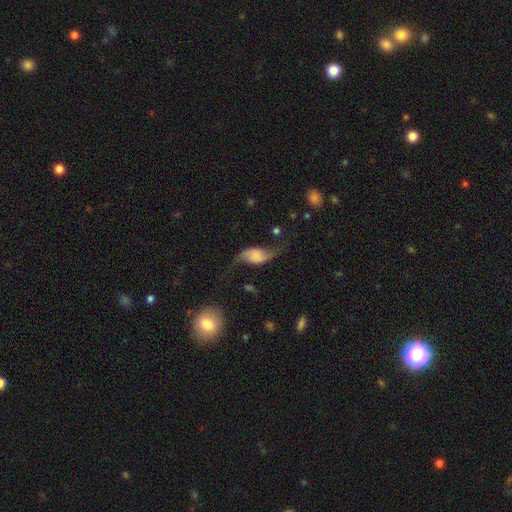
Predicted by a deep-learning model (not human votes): Morphology: type=featured or disk (63%); edge-on=no (92%); bar=no (63%); spiral arms=yes (90%); winding=loose (90%); arm count=2 (93%); bulge=none (41%); merging=none (51%).